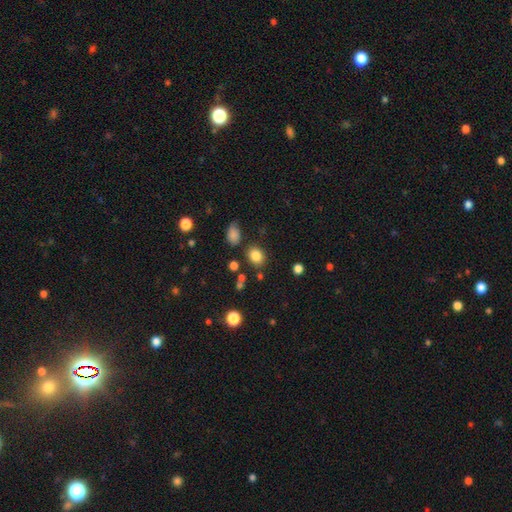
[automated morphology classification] smooth 83%, star or artifact 12%, featured or disk 6%. Down the decision tree: how rounded — round (54%); merging — none (79%).